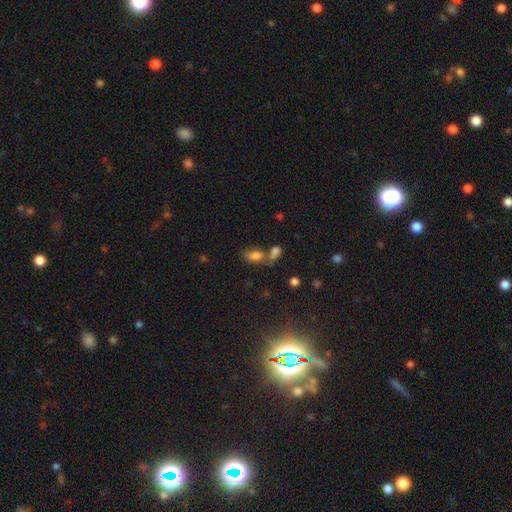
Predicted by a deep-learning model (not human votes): Q: Smooth or featured?
A: smooth (75%); runner-up: featured or disk (13%)
Q: How rounded?
A: in between (87%); runner-up: round (8%)
Q: Merging?
A: merger (42%); runner-up: none (37%)